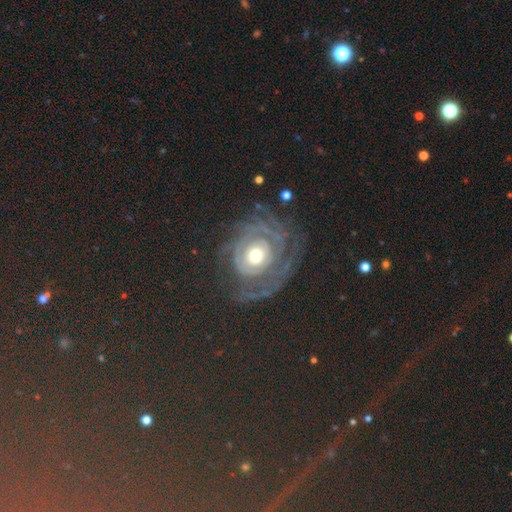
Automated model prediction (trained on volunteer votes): Smooth or featured? featured or disk (82%)
Edge-on disk? no (97%)
Bar? no (82%)
Spiral arms? yes (88%)
Spiral winding? tight (71%)
Spiral arm count? can't tell (41%)
Bulge size? moderate (66%)
Merging? none (64%)